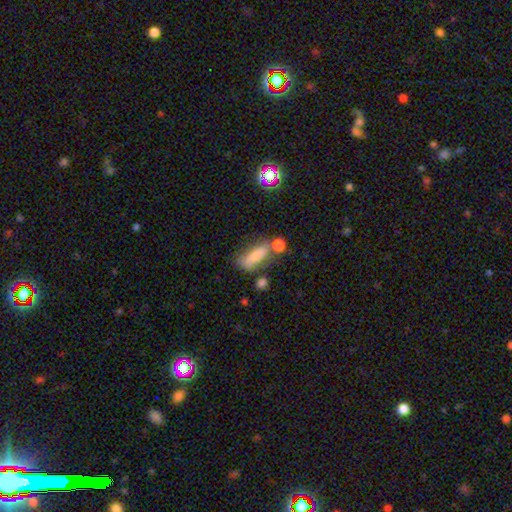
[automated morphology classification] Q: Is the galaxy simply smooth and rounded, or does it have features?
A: smooth — 71%.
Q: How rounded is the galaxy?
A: in between — 65%.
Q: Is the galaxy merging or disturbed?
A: none — 45%.